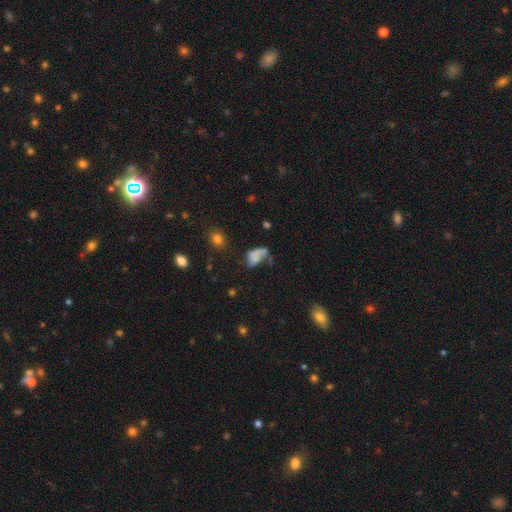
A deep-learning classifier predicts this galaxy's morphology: A smooth galaxy with no disk features (59%) that is in between round and cigar-shaped (84%). Merging: major disturbance (36%).